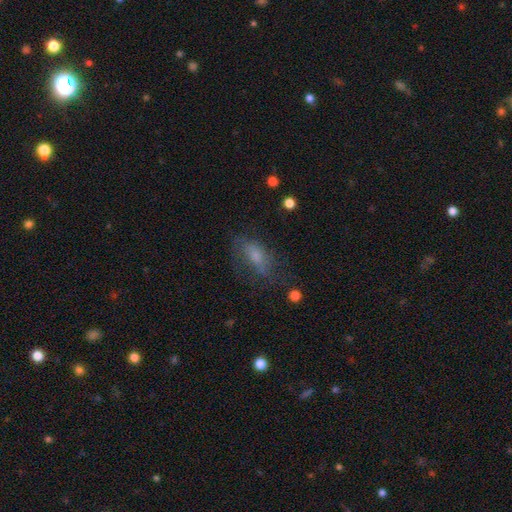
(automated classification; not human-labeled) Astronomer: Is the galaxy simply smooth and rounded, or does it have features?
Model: smooth — 59%.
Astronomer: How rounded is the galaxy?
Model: in between — 81%.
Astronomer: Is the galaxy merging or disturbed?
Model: none — 53%.